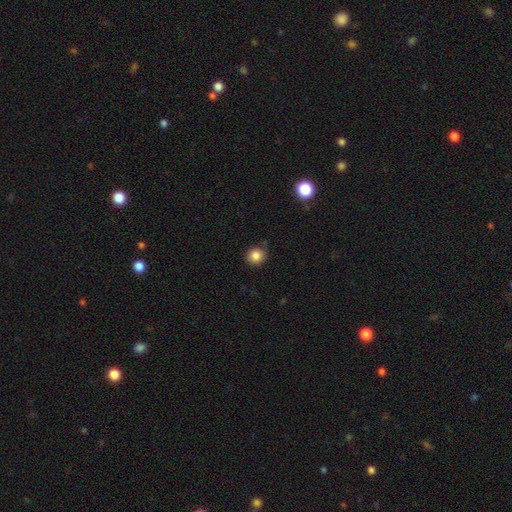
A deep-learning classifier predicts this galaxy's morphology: The model was most divided on "smooth or featured": smooth: 85%, star or artifact: 10%, featured or disk: 5%. More confident: how rounded — round (91%); merging — none (86%).